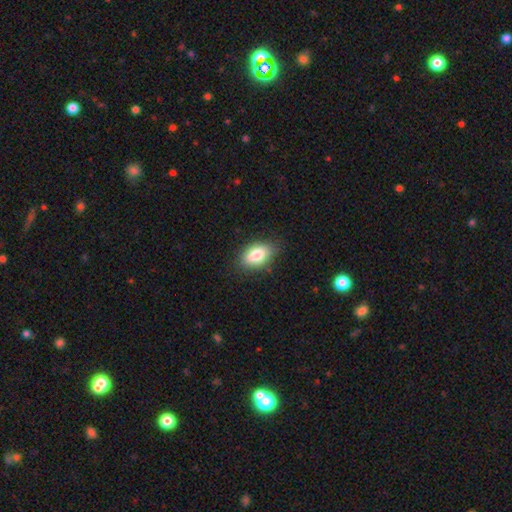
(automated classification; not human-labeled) A smooth galaxy with no disk features (83%) that is in between round and cigar-shaped (90%). Merging: none (80%).